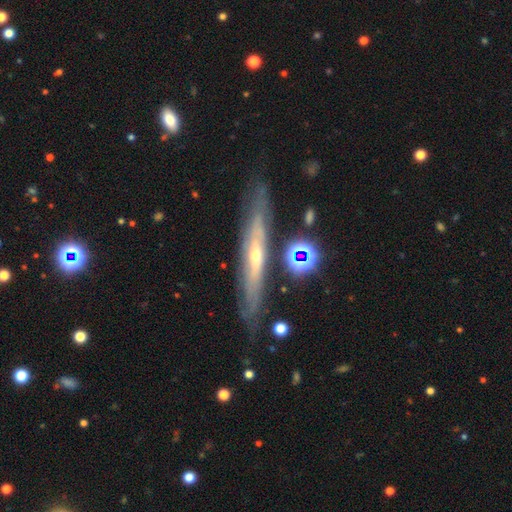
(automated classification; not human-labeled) featured or disk 74%, smooth 18%, star or artifact 8%. Down the decision tree: edge-on disk — yes (73%); edge-on bulge — rounded (65%); merging — none (78%).